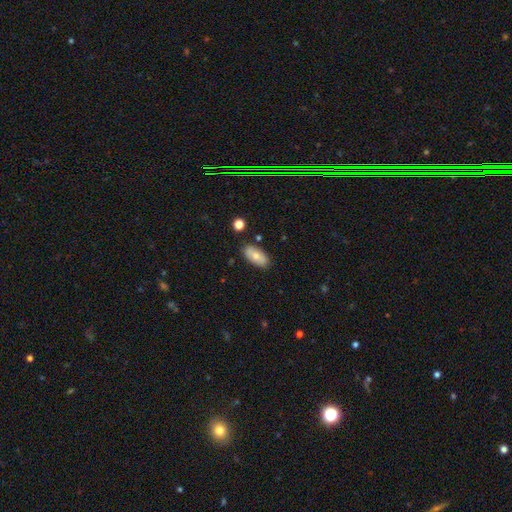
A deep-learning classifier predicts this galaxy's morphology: Smooth or featured: smooth — 67% (featured or disk — 26%)
How rounded: in between — 92% (cigar-shaped — 4%)
Merging: none — 84% (minor disturbance — 11%)